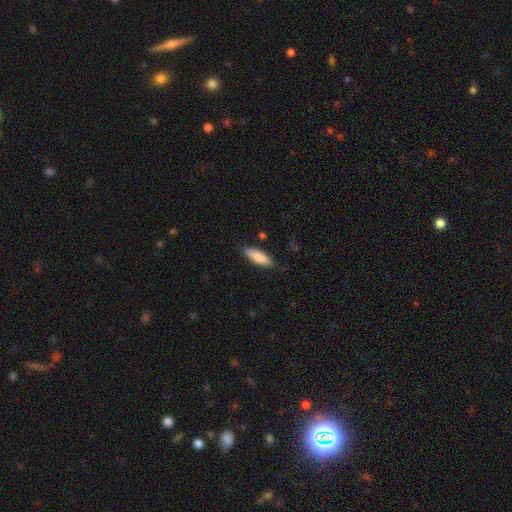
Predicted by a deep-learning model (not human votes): Smooth or featured?
  - smooth: 86% *
  - featured or disk: 8%
  - star or artifact: 6%
How rounded?
  - in between: 63% *
  - cigar-shaped: 36%
  - round: 2%
Merging?
  - none: 83% *
  - minor disturbance: 13%
  - major disturbance: 3%
  - merger: 1%